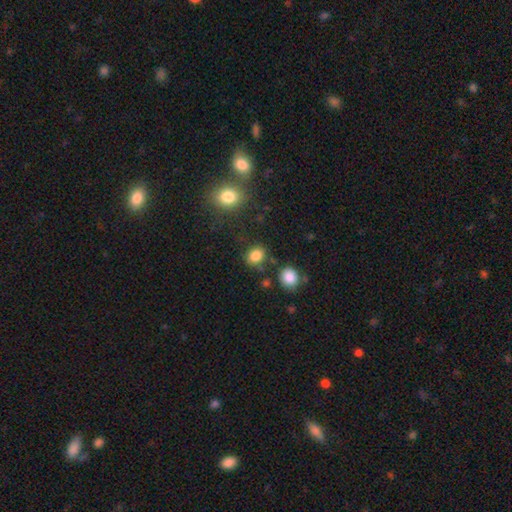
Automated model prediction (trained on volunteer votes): Q: Smooth or featured?
A: smooth (84%); runner-up: star or artifact (11%)
Q: How rounded?
A: in between (56%); runner-up: round (43%)
Q: Merging?
A: none (78%); runner-up: minor disturbance (12%)